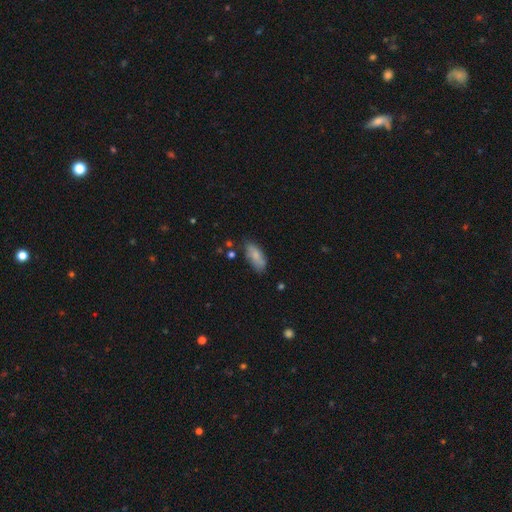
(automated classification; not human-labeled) The model was most divided on "merging": none: 71%, minor disturbance: 21%, major disturbance: 5%, merger: 3%. More confident: how rounded — in between (85%); smooth or featured — smooth (78%).